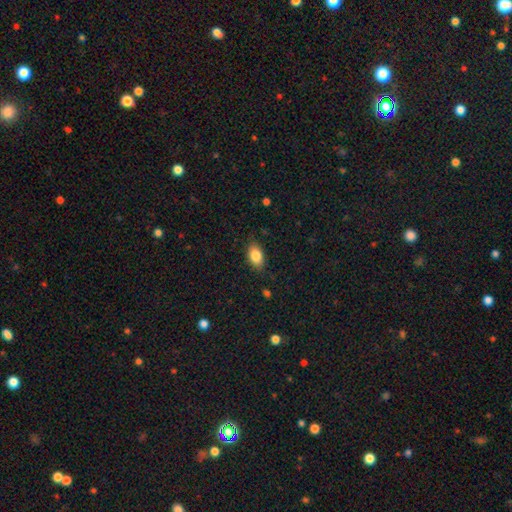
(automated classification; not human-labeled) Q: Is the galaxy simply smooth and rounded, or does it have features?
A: smooth — 85%.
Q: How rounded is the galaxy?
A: in between — 88%.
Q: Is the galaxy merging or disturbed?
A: none — 83%.